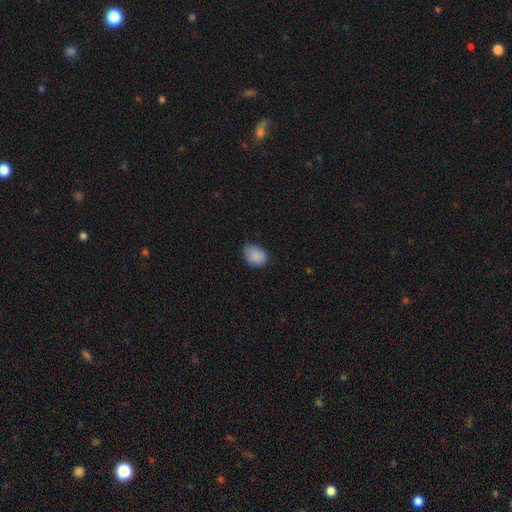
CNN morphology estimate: A smooth galaxy with no disk features (88%) that is in between round and cigar-shaped (69%). Merging: none (63%).